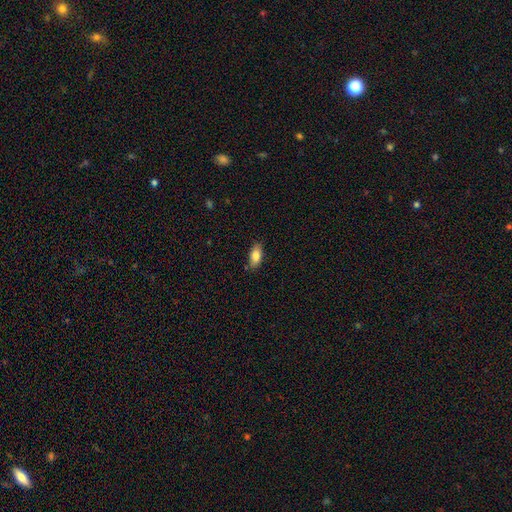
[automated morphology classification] Smooth or featured? Predicted: smooth (p=0.82). How rounded? Predicted: in between (p=0.87). Merging? Predicted: none (p=0.83).